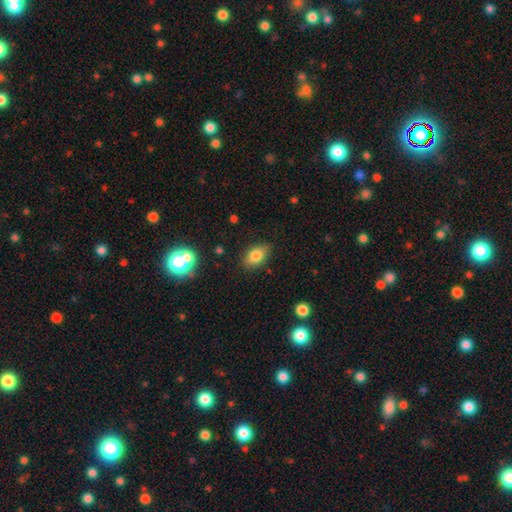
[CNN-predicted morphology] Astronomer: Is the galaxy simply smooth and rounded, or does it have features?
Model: smooth — 78%.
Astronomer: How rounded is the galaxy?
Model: in between — 84%.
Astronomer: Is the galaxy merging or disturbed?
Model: none — 81%.